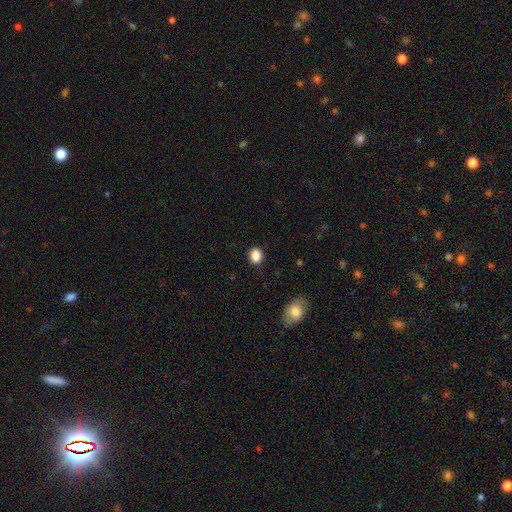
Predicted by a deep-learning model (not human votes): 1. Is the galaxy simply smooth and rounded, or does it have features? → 87% smooth, 9% star or artifact, 4% featured or disk.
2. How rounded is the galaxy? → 52% in between, 47% round, 1% cigar-shaped.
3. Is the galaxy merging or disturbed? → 85% none, 11% minor disturbance, 3% major disturbance, 1% merger.